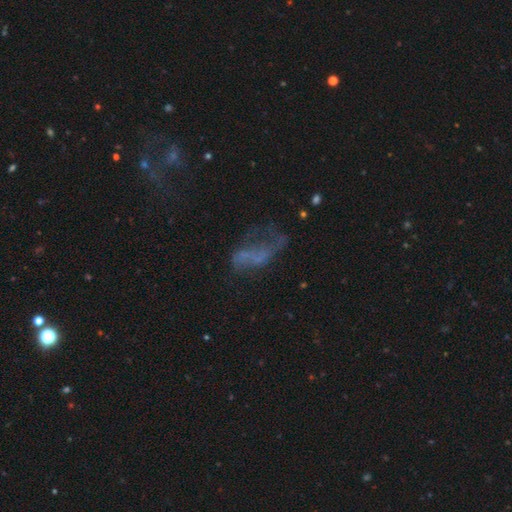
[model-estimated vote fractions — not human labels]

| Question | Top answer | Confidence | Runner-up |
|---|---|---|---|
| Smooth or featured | featured or disk | 50% | smooth (27%) |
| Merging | major disturbance | 39% | none (34%) |